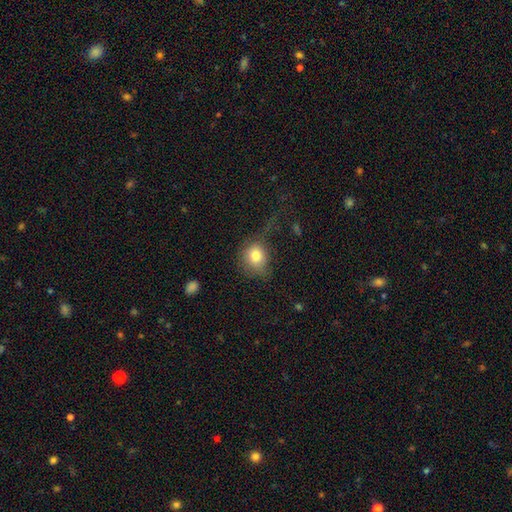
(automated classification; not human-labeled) Q: Smooth or featured?
A: smooth (80%); runner-up: featured or disk (10%)
Q: How rounded?
A: round (69%); runner-up: in between (30%)
Q: Merging?
A: none (43%); runner-up: major disturbance (29%)